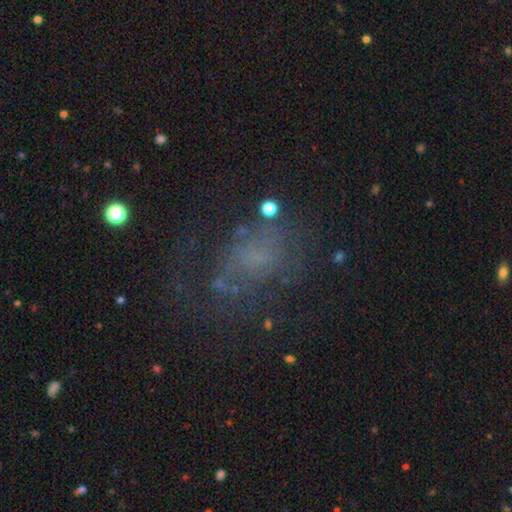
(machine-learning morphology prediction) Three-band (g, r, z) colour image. It shows a featured or disk galaxy (39%). Merging: none (47%).